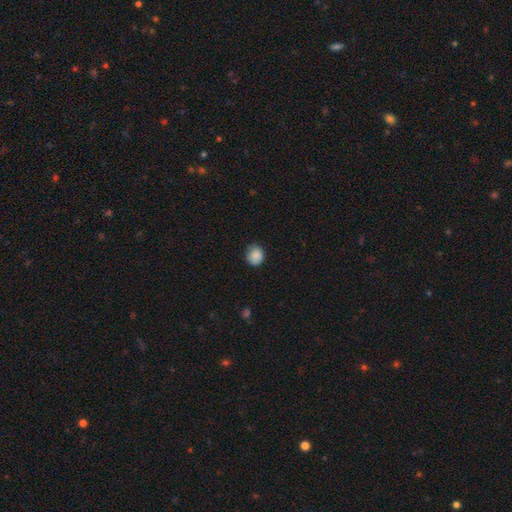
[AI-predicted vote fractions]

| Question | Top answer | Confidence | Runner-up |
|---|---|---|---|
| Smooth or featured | smooth | 87% | star or artifact (8%) |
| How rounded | round | 79% | in between (20%) |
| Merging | none | 76% | minor disturbance (20%) |